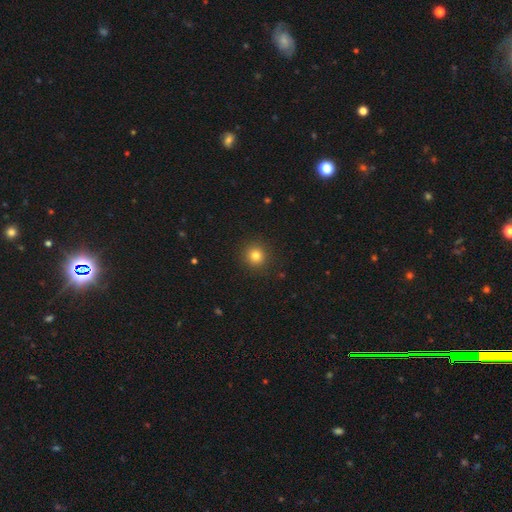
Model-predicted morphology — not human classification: type=smooth (81%); roundness=round (93%); merging=none (92%).